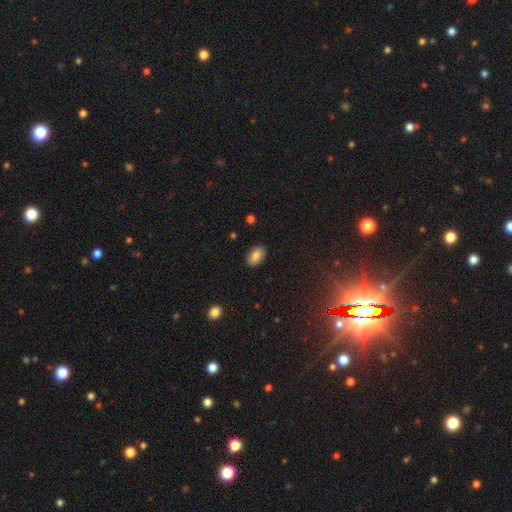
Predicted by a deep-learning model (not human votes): This appears to be a smooth galaxy with no disk features (79%) that is in between round and cigar-shaped (91%). Merging: none (87%).